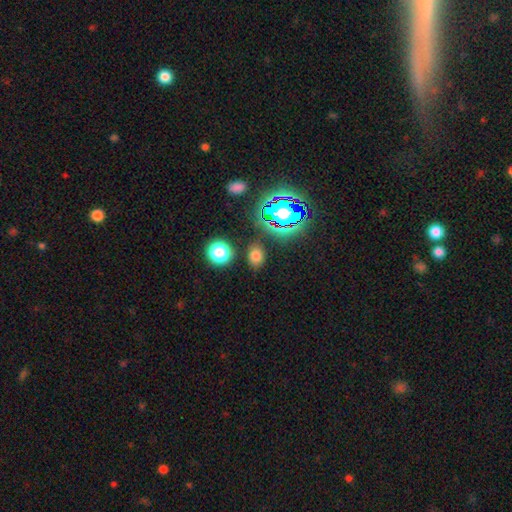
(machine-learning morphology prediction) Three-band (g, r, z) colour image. It shows a smooth galaxy with no disk features (67%) that is in between round and cigar-shaped (59%). Merging: none (81%).